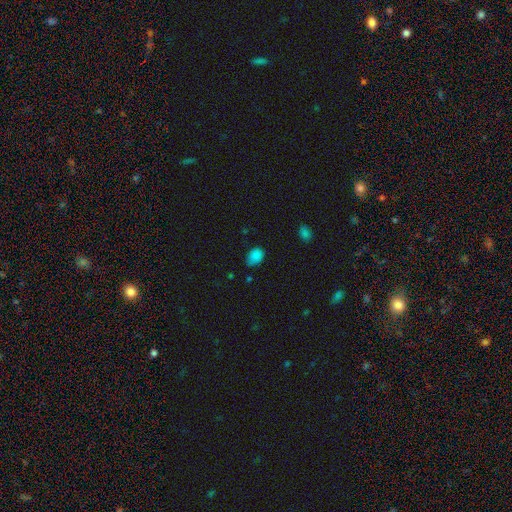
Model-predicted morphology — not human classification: smooth_or_featured: smooth (p=0.83) [alt: star or artifact p=0.13]
how_rounded: in between (p=0.77) [alt: round p=0.22]
merging: none (p=0.60) [alt: minor disturbance p=0.31]